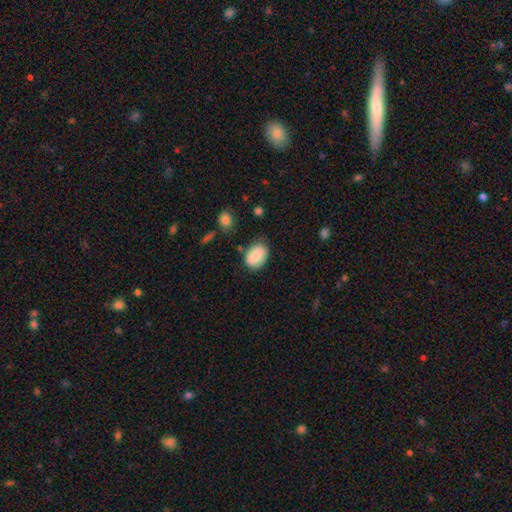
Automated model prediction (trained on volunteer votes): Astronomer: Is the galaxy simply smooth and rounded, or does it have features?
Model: smooth — 80%.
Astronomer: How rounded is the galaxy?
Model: in between — 79%.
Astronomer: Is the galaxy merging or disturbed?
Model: none — 74%.